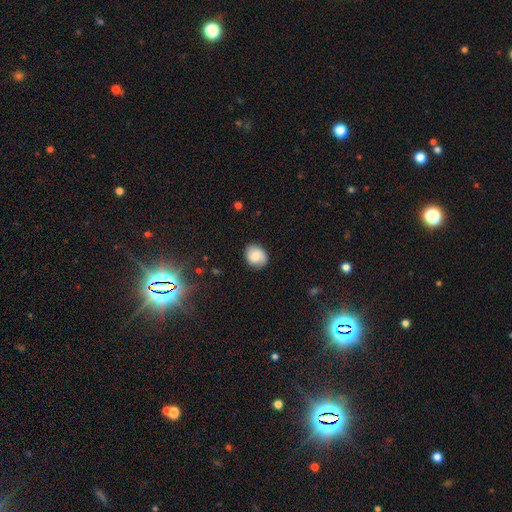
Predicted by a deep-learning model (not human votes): Smooth or featured: smooth — 68% (featured or disk — 23%)
How rounded: round — 60% (in between — 39%)
Merging: none — 80% (minor disturbance — 15%)